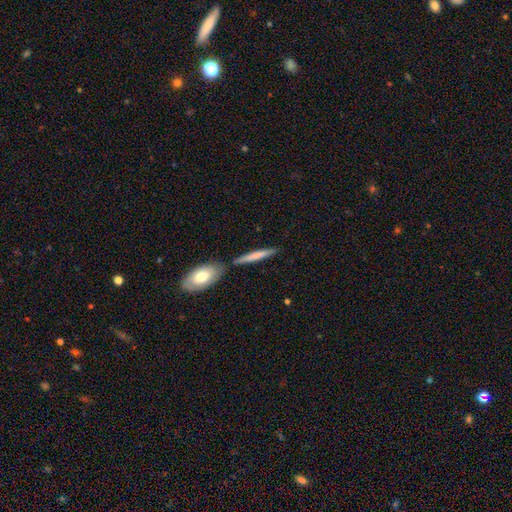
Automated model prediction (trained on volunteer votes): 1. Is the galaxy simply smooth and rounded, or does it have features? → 68% smooth, 27% featured or disk, 5% star or artifact.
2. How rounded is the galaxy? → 91% cigar-shaped, 7% in between, 2% round.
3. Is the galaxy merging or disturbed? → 73% none, 14% merger, 11% minor disturbance, 3% major disturbance.